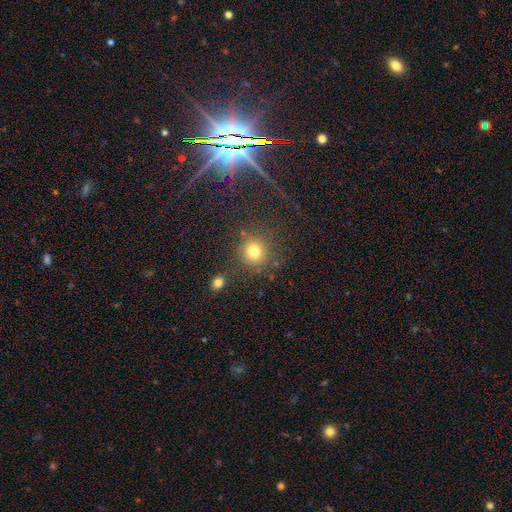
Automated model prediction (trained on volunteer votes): smooth-or-featured: smooth: 58% | star or artifact: 32% | featured or disk: 10%
  how-rounded: round: 92% | in between: 7% | cigar-shaped: 1%
  merging: none: 86% | minor disturbance: 7% | merger: 4% | major disturbance: 3%